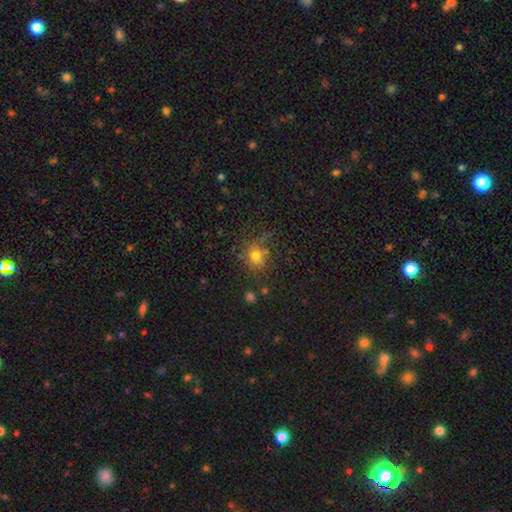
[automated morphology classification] This appears to be a smooth galaxy with no disk features (74%) that is round (74%). Merging: none (68%).